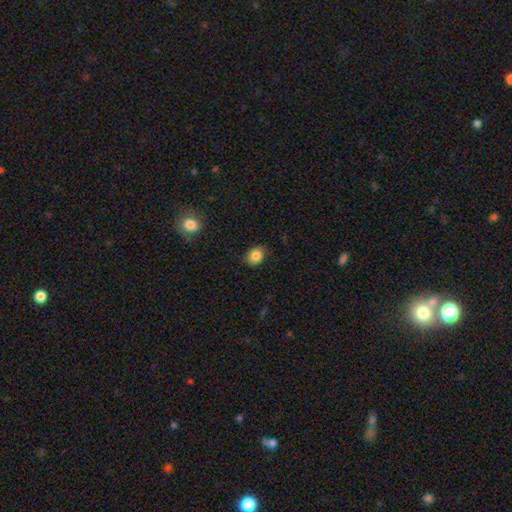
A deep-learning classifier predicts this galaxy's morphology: Smooth or featured?
  - smooth: 84% *
  - star or artifact: 9%
  - featured or disk: 7%
How rounded?
  - round: 55% *
  - in between: 44%
  - cigar-shaped: 1%
Merging?
  - none: 79% *
  - minor disturbance: 16%
  - major disturbance: 3%
  - merger: 1%